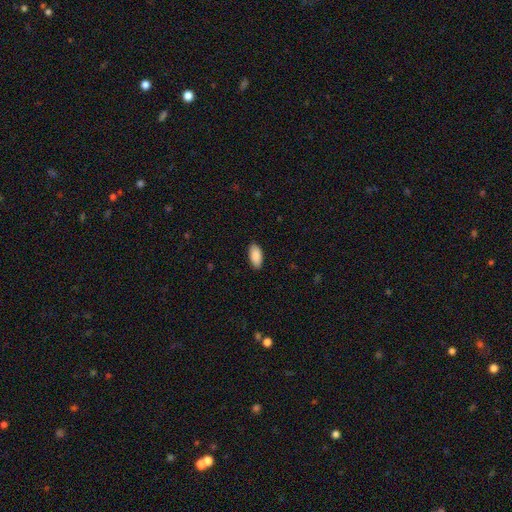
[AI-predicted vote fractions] Q: Smooth or featured?
A: smooth (90%); runner-up: star or artifact (6%)
Q: How rounded?
A: in between (94%); runner-up: cigar-shaped (4%)
Q: Merging?
A: none (88%); runner-up: minor disturbance (9%)